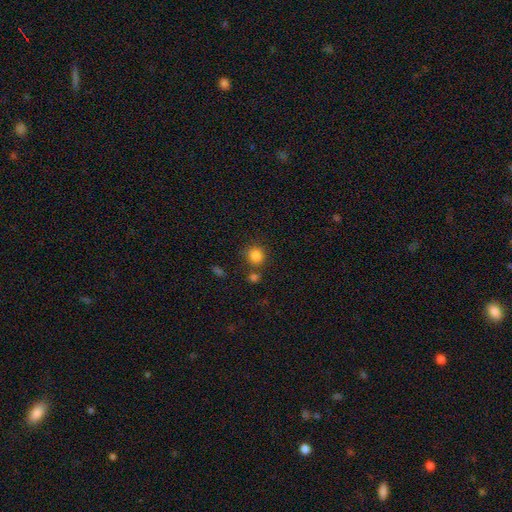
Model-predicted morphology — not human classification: smooth-or-featured: smooth: 84% | star or artifact: 12% | featured or disk: 5%
  how-rounded: round: 88% | in between: 11% | cigar-shaped: 1%
  merging: none: 74% | merger: 12% | minor disturbance: 11% | major disturbance: 4%